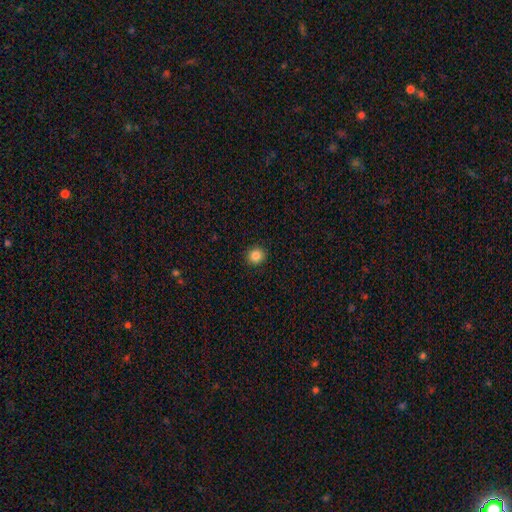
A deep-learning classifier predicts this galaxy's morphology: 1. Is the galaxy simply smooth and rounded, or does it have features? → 85% smooth, 11% star or artifact, 4% featured or disk.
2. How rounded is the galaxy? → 87% round, 12% in between, 1% cigar-shaped.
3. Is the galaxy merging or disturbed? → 92% none, 5% minor disturbance, 2% major disturbance, 1% merger.